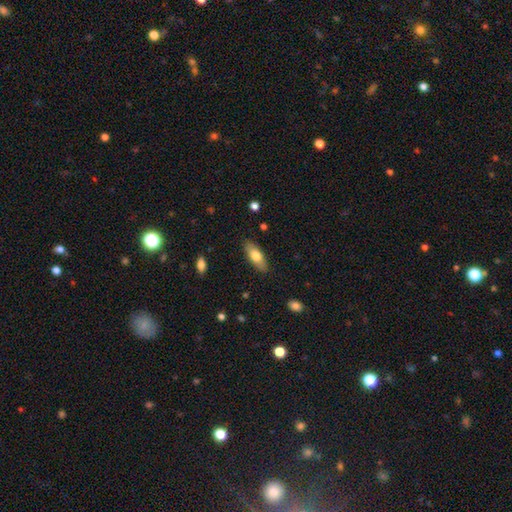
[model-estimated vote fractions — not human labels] This is likely a smooth galaxy (72%). How rounded: likely in between (72%). Merging: clearly none (86%).